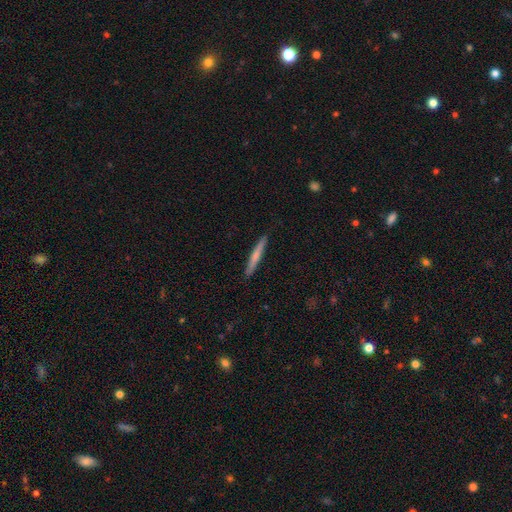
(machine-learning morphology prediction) A smooth galaxy with no disk features (61%) that is cigar-shaped (96%).

Vote fractions:
- Smooth or featured? smooth: 61% / featured or disk: 34% / star or artifact: 5%
- How rounded? cigar-shaped: 96% / in between: 3% / round: 1%
- Merging? none: 90% / minor disturbance: 7% / major disturbance: 1% / merger: 1%